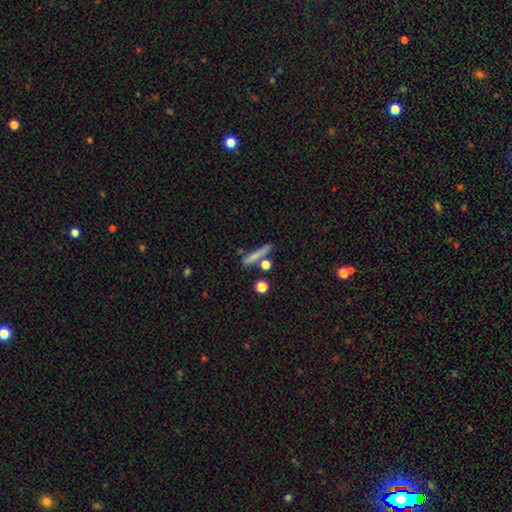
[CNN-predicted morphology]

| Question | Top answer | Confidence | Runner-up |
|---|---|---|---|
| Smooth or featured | smooth | 69% | featured or disk (21%) |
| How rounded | cigar-shaped | 82% | in between (10%) |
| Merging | none | 70% | merger (13%) |